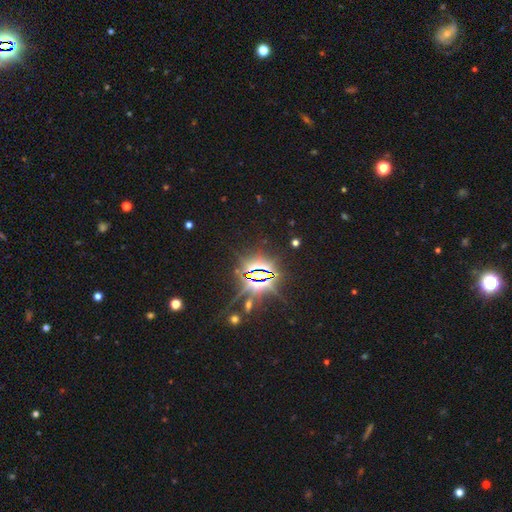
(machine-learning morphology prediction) A star or artifact, not a galaxy (84%).